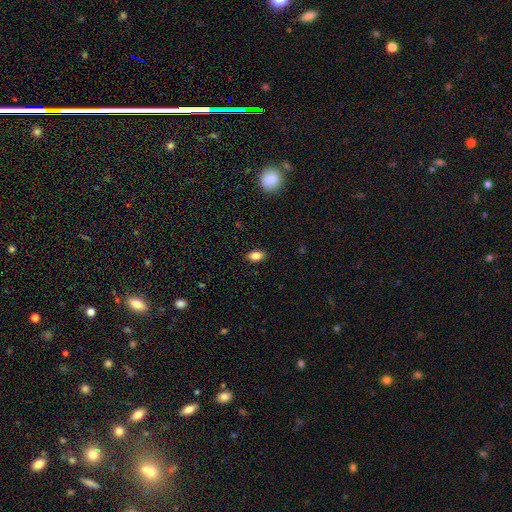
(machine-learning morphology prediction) Smooth or featured?
  - smooth: 86% *
  - star or artifact: 9%
  - featured or disk: 5%
How rounded?
  - in between: 86% *
  - round: 12%
  - cigar-shaped: 2%
Merging?
  - none: 88% *
  - minor disturbance: 9%
  - major disturbance: 2%
  - merger: 1%